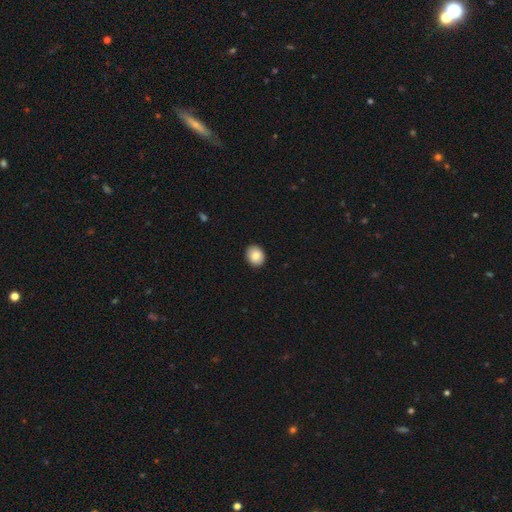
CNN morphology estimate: Smooth or featured?
  - smooth: 83% *
  - featured or disk: 9%
  - star or artifact: 8%
How rounded?
  - round: 63% *
  - in between: 36%
  - cigar-shaped: 1%
Merging?
  - none: 91% *
  - minor disturbance: 7%
  - major disturbance: 2%
  - merger: 1%